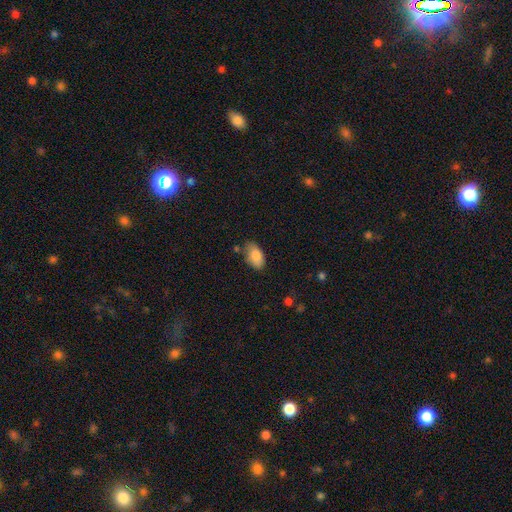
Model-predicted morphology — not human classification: A smooth galaxy with no disk features (84%) that is in between round and cigar-shaped (93%). Merging: none (71%).